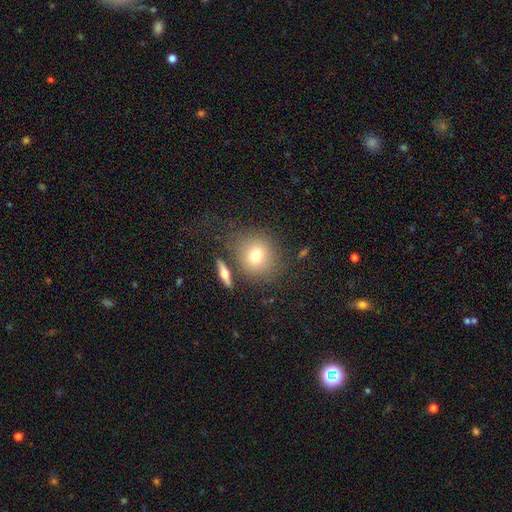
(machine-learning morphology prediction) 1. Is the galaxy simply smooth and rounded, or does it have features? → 72% smooth, 16% featured or disk, 11% star or artifact.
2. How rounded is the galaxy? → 79% round, 19% in between, 1% cigar-shaped.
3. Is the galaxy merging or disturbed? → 74% none, 12% minor disturbance, 9% merger, 6% major disturbance.